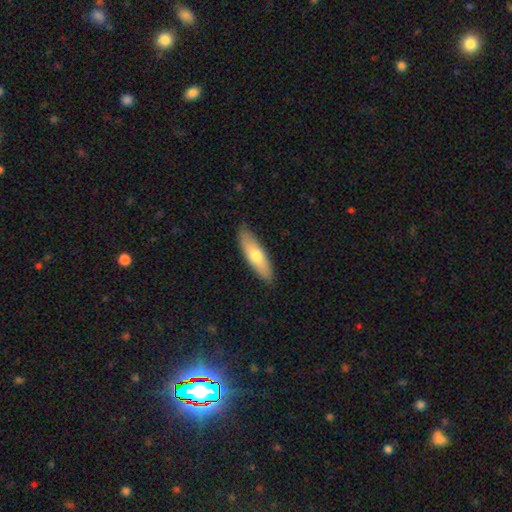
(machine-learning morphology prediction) Q: Smooth or featured?
A: smooth (65%); runner-up: featured or disk (30%)
Q: How rounded?
A: cigar-shaped (51%); runner-up: in between (47%)
Q: Merging?
A: none (87%); runner-up: minor disturbance (10%)